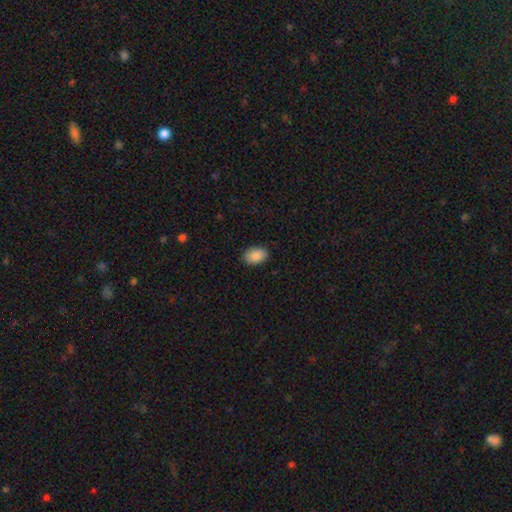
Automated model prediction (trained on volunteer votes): Q: Smooth or featured?
A: smooth (89%); runner-up: star or artifact (7%)
Q: How rounded?
A: in between (85%); runner-up: round (14%)
Q: Merging?
A: none (88%); runner-up: minor disturbance (9%)